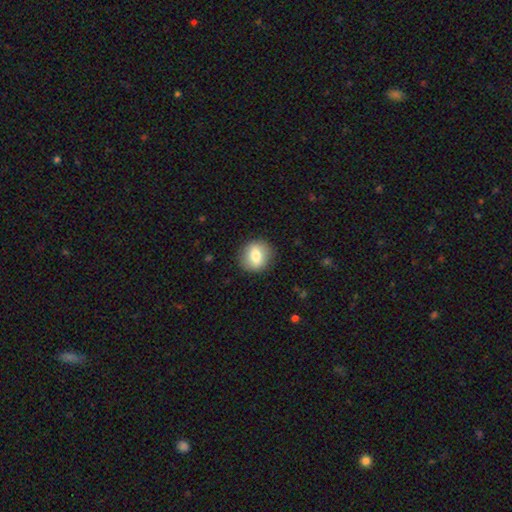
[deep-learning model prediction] Q: Smooth or featured?
A: smooth (72%); runner-up: featured or disk (20%)
Q: How rounded?
A: round (79%); runner-up: in between (19%)
Q: Merging?
A: none (88%); runner-up: minor disturbance (8%)